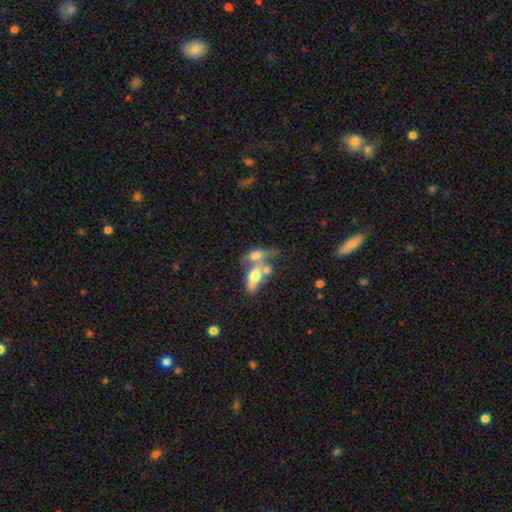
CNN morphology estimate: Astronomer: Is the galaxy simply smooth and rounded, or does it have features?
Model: smooth — 54% (runner-up: featured or disk, 37%).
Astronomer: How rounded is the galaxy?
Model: in between — 74%.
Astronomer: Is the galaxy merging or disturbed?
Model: merger — 64%.